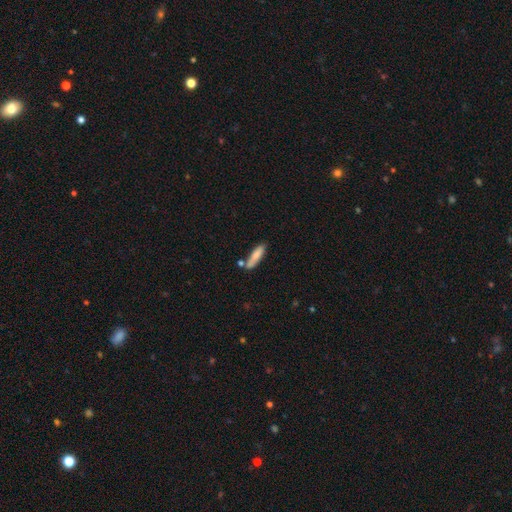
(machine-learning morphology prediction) Overall: smooth (78%). How rounded: cigar-shaped (71%). Merging: none (64%).